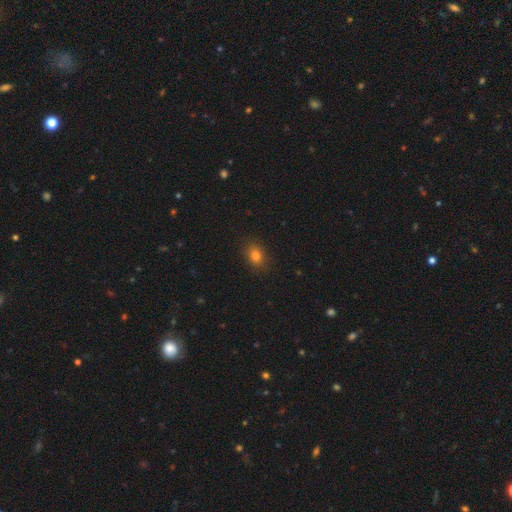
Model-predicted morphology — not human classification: A smooth galaxy with no disk features (79%) that is in between round and cigar-shaped (62%). Merging: none (88%).